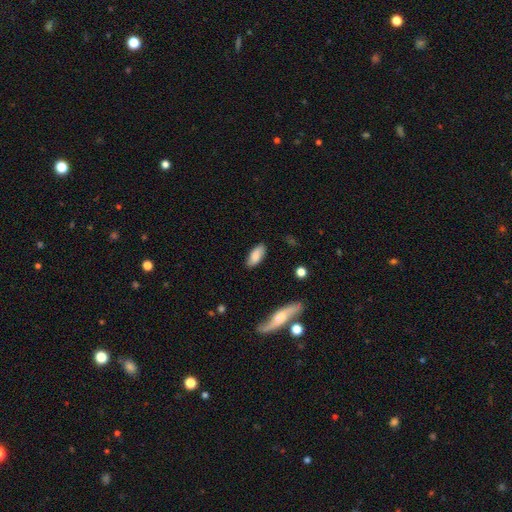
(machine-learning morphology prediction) Overall: smooth (82%). How rounded: in between (87%). Merging: none (84%).